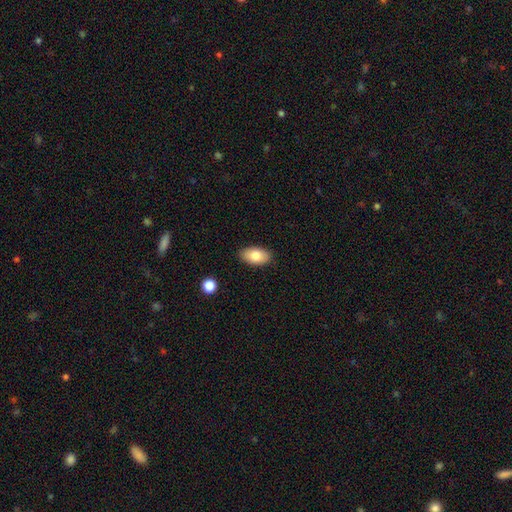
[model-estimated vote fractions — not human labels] Smooth or featured: smooth — 80% (featured or disk — 13%)
How rounded: in between — 94% (round — 4%)
Merging: none — 88% (minor disturbance — 9%)